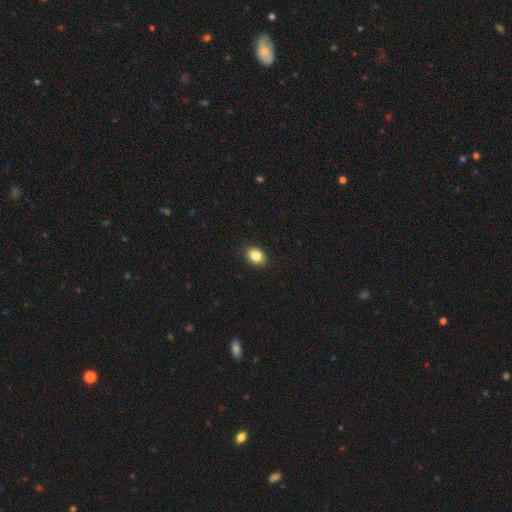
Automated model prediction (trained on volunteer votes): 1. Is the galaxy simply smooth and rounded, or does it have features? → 84% smooth, 9% star or artifact, 7% featured or disk.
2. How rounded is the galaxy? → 59% in between, 40% round, 1% cigar-shaped.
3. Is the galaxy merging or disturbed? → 90% none, 7% minor disturbance, 2% major disturbance, 1% merger.